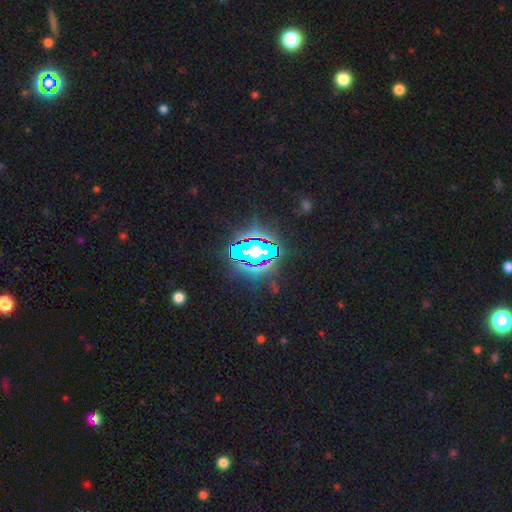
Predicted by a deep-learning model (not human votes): This appears to be a star or artifact, not a galaxy (58%).